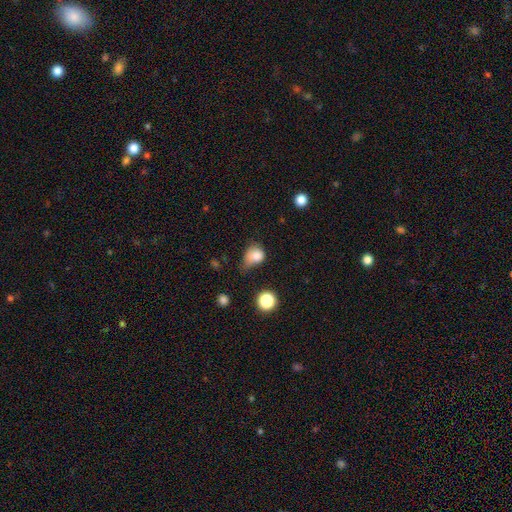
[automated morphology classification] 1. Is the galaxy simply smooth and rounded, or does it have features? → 81% smooth, 11% star or artifact, 8% featured or disk.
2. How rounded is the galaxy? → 58% round, 40% in between, 1% cigar-shaped.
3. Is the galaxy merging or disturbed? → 43% minor disturbance, 28% none, 23% major disturbance, 5% merger.